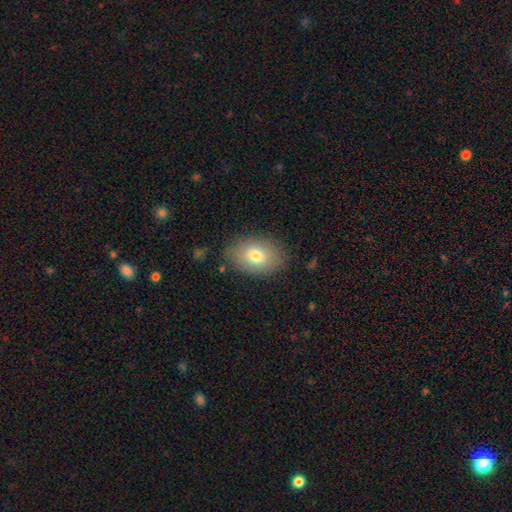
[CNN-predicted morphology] A smooth galaxy with no disk features (78%) that is in between round and cigar-shaped (83%).

Vote fractions:
- Smooth or featured? smooth: 78% / featured or disk: 14% / star or artifact: 9%
- How rounded? in between: 83% / round: 15% / cigar-shaped: 1%
- Merging? none: 82% / minor disturbance: 13% / major disturbance: 4% / merger: 1%